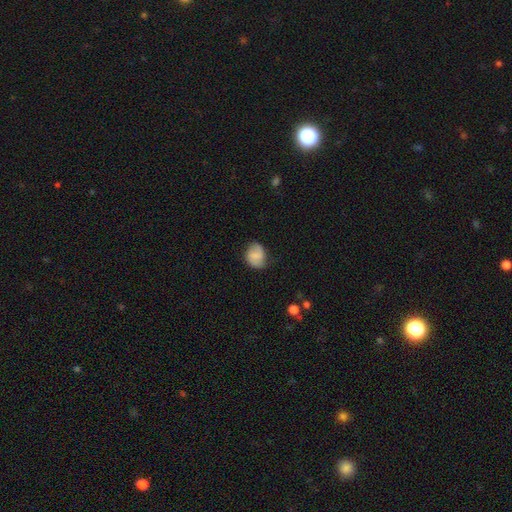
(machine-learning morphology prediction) Q: Smooth or featured?
A: smooth (58%); runner-up: featured or disk (33%)
Q: How rounded?
A: round (51%); runner-up: in between (48%)
Q: Merging?
A: none (66%); runner-up: minor disturbance (25%)